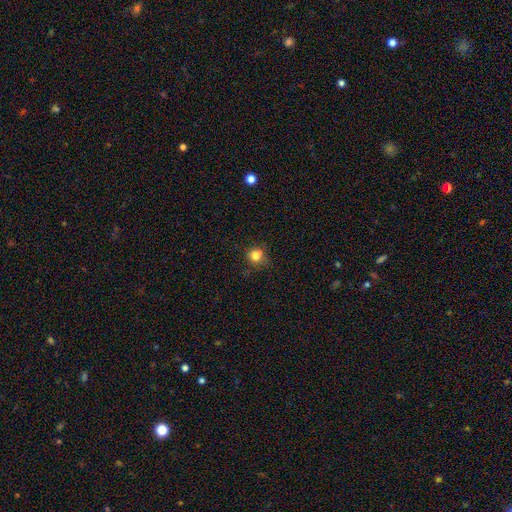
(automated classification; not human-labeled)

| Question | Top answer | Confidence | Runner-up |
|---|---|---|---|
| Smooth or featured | smooth | 80% | star or artifact (13%) |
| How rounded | round | 75% | in between (24%) |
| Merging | none | 62% | minor disturbance (24%) |